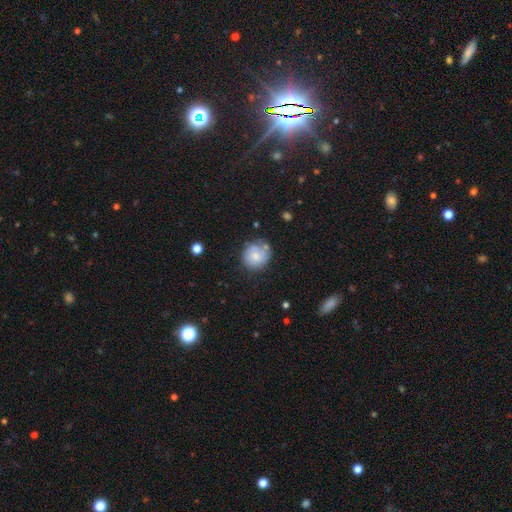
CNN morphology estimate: Overall: smooth (63%; featured or disk 28%). How rounded: round (83%). Merging: none (63%).